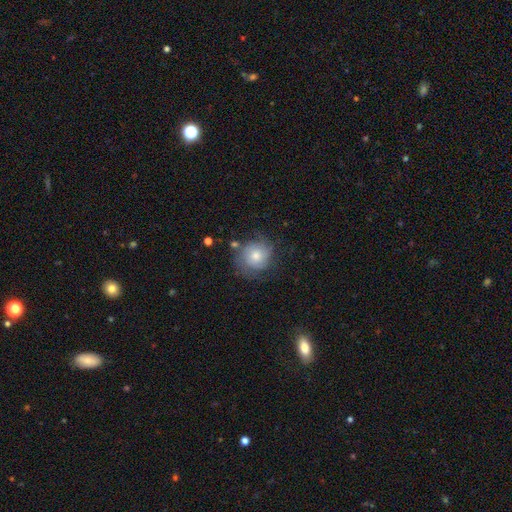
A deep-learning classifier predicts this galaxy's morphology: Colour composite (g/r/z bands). It shows a smooth galaxy with no disk features (49%). Merging: none (63%).